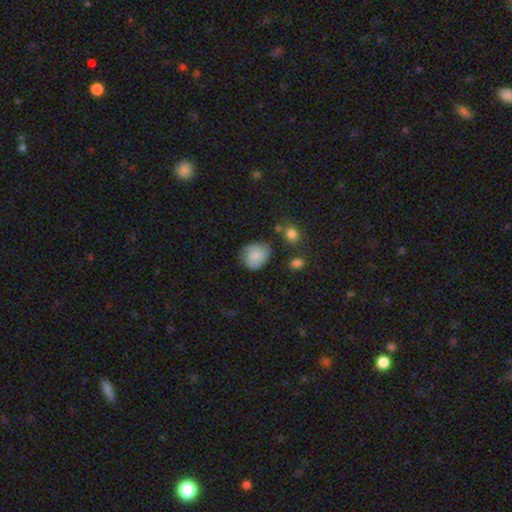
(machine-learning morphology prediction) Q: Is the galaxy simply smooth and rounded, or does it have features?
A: smooth — 82%.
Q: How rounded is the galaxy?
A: round — 67%.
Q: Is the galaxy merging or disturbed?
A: none — 68%.